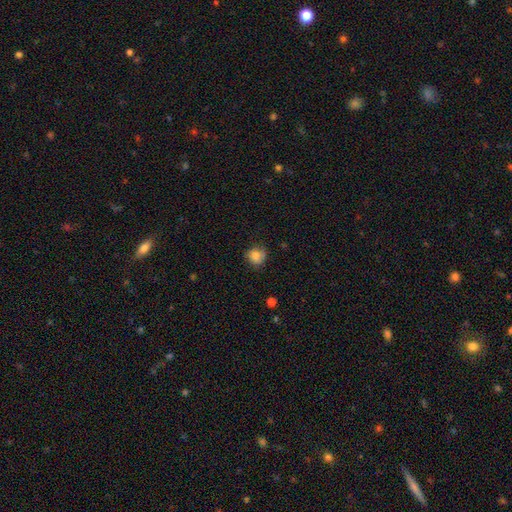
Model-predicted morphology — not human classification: type=smooth (77%); roundness=round (81%); merging=none (70%).